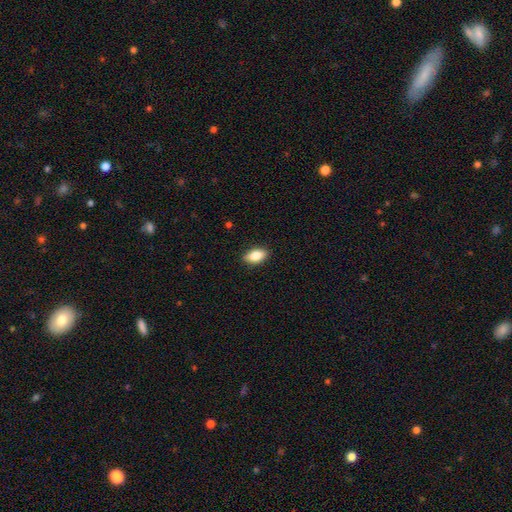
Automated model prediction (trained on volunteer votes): Overall: smooth (81%). How rounded: in between (88%). Merging: none (88%).